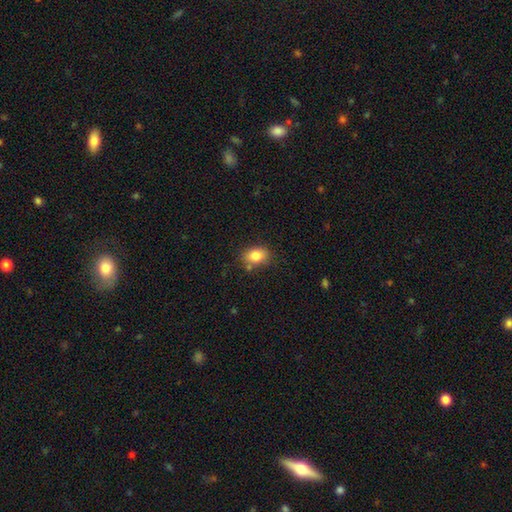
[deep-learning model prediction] Smooth or featured?
  - smooth: 83% *
  - star or artifact: 9%
  - featured or disk: 8%
How rounded?
  - in between: 68% *
  - round: 31%
  - cigar-shaped: 1%
Merging?
  - none: 74% *
  - minor disturbance: 15%
  - merger: 6%
  - major disturbance: 4%